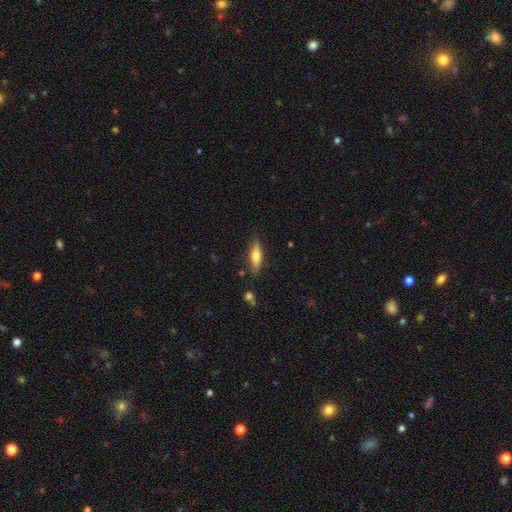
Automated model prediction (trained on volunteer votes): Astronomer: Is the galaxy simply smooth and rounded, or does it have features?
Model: smooth — 63%.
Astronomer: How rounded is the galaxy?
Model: cigar-shaped — 59% (runner-up: in between, 39%).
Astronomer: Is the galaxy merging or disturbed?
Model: none — 84%.